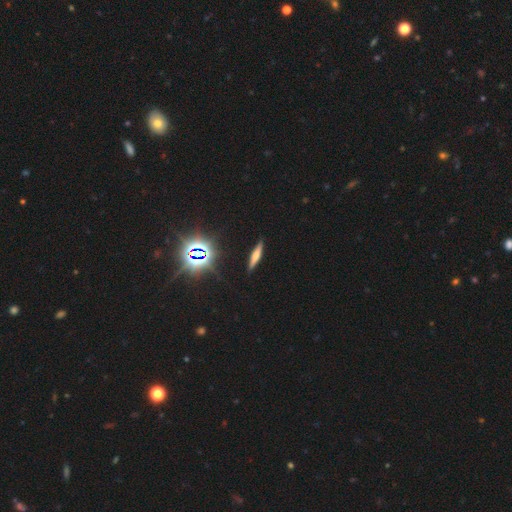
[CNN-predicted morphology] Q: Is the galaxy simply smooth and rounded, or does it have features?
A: smooth — 45%.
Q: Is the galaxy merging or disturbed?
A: none — 89%.